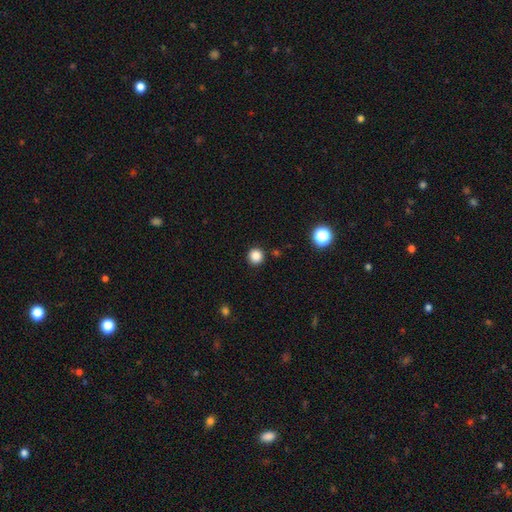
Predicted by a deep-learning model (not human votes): A smooth galaxy with no disk features (85%) that is round (94%). Merging: none (91%).